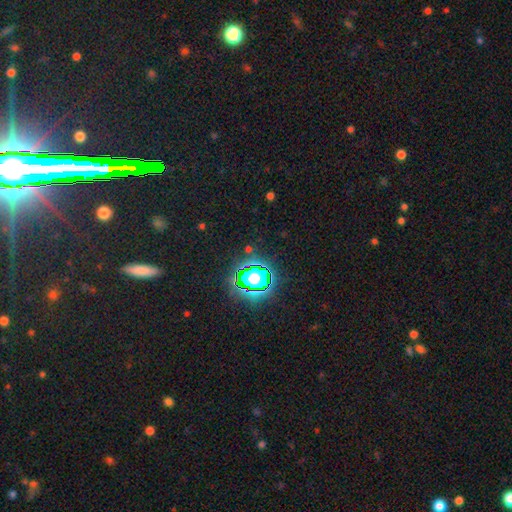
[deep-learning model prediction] Smooth or featured? Predicted: star or artifact (p=0.79).